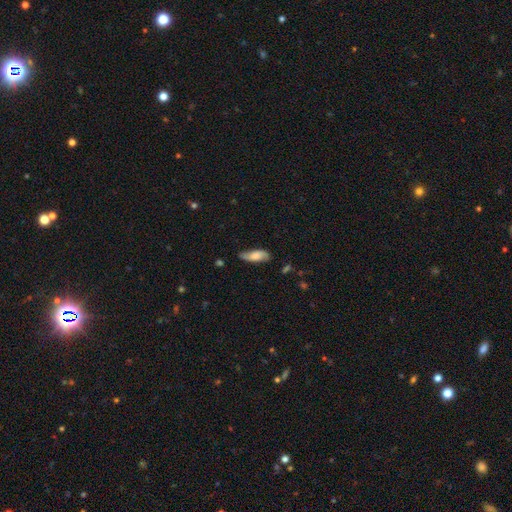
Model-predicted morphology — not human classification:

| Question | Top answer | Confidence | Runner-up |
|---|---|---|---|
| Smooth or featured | smooth | 59% | featured or disk (34%) |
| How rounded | in between | 73% | cigar-shaped (25%) |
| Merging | none | 72% | minor disturbance (22%) |